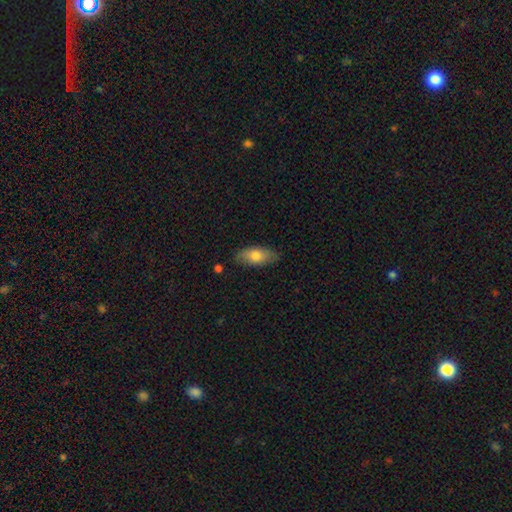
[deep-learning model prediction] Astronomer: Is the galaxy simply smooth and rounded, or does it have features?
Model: smooth — 73%.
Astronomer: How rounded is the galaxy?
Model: in between — 88%.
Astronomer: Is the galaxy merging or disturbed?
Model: none — 80%.